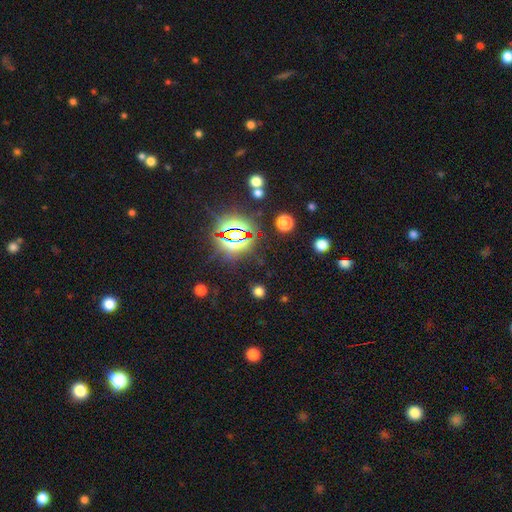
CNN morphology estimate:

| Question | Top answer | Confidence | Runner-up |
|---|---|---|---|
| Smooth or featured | star or artifact | 83% | smooth (10%) |